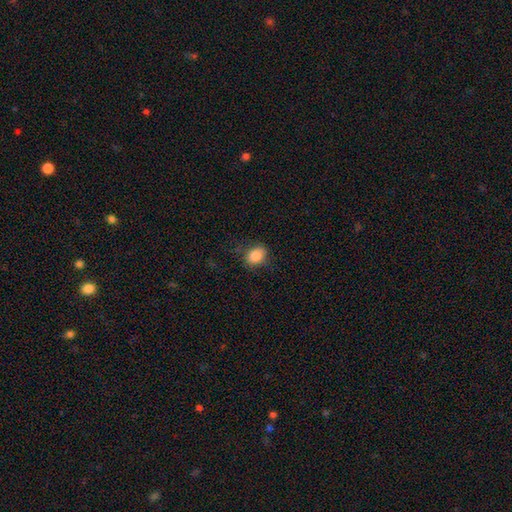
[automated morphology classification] type=smooth (84%); roundness=in between (56%); merging=none (79%).